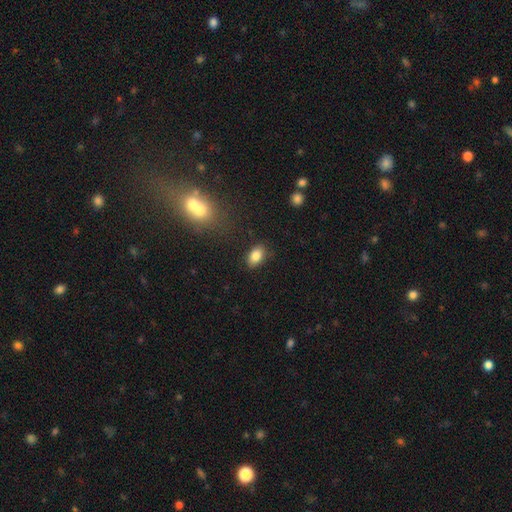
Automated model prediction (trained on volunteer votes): smooth_or_featured: smooth (p=0.84) [alt: star or artifact p=0.09]
how_rounded: in between (p=0.89) [alt: round p=0.10]
merging: none (p=0.85) [alt: minor disturbance p=0.11]